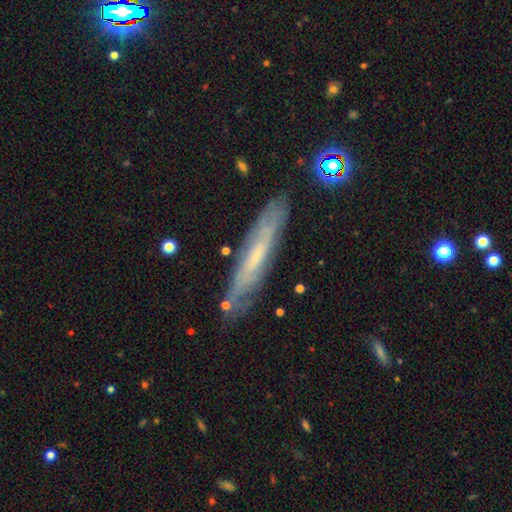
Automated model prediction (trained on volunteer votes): Smooth or featured? Predicted: featured or disk (p=0.57). Edge-on disk? Predicted: yes (p=0.65). Merging? Predicted: none (p=0.82).